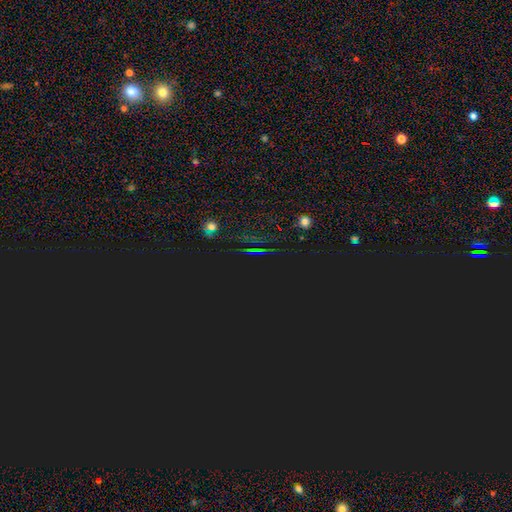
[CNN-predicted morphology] type=star or artifact (82%).